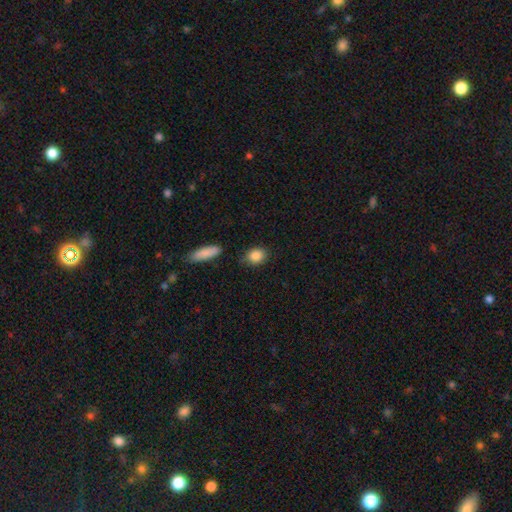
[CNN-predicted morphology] A smooth galaxy with no disk features (87%) that is round (51%). Merging: none (78%).